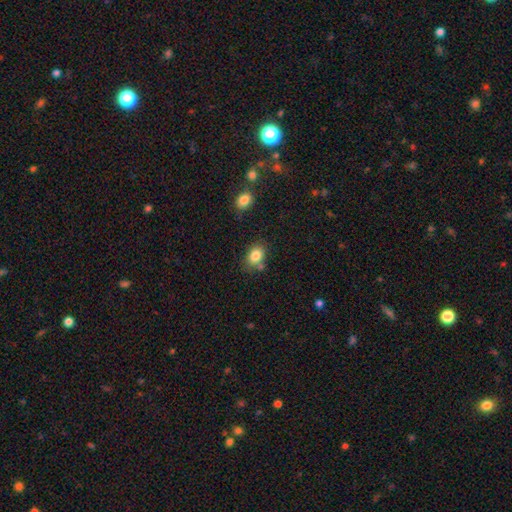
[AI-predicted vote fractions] A smooth galaxy with no disk features (83%) that is in between round and cigar-shaped (65%).

Vote fractions:
- Smooth or featured? smooth: 83% / star or artifact: 9% / featured or disk: 7%
- How rounded? in between: 65% / round: 34% / cigar-shaped: 1%
- Merging? none: 67% / minor disturbance: 16% / merger: 12% / major disturbance: 4%